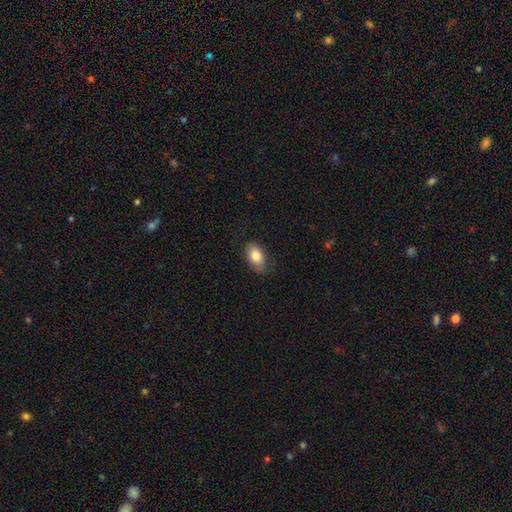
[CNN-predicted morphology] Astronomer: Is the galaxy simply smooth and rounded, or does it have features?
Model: smooth — 84%.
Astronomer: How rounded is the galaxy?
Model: in between — 90%.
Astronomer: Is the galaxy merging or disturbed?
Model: none — 77%.